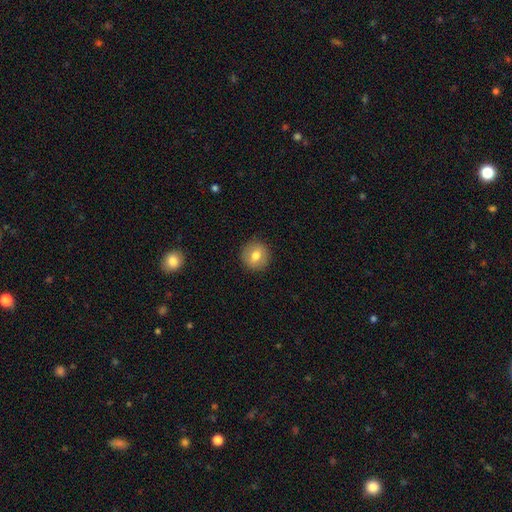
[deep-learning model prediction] Morphology: type=smooth (72%); roundness=round (91%); merging=none (90%).